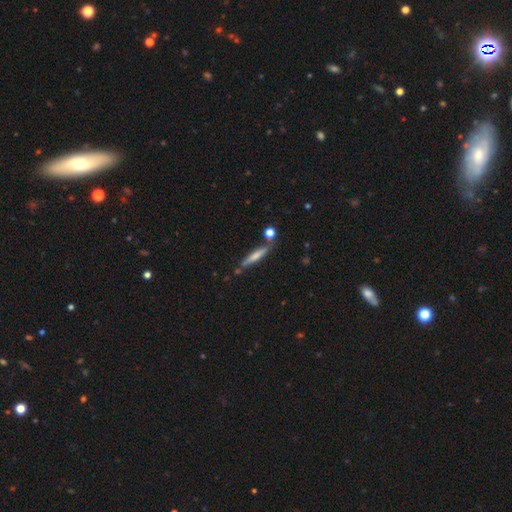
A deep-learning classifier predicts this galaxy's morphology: Smooth or featured? smooth (52%)
How rounded? cigar-shaped (90%)
Merging? none (72%)